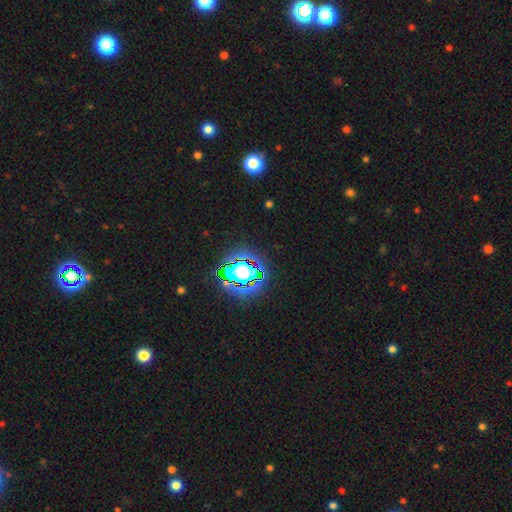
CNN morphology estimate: Smooth or featured?
  - star or artifact: 83% *
  - smooth: 10%
  - featured or disk: 7%